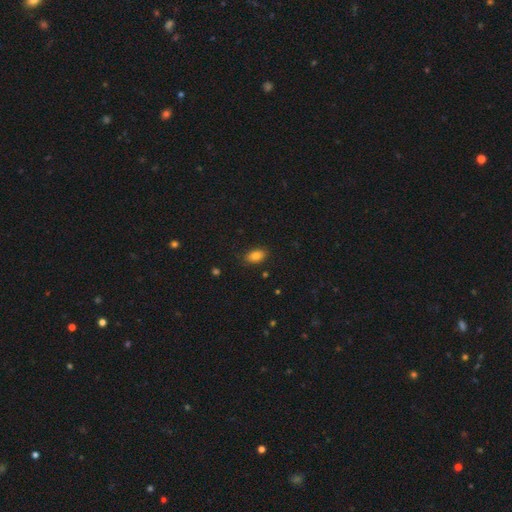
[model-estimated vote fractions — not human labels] The model was most divided on "merging": none: 85%, minor disturbance: 11%, major disturbance: 3%, merger: 1%. More confident: how rounded — in between (88%); smooth or featured — smooth (84%).